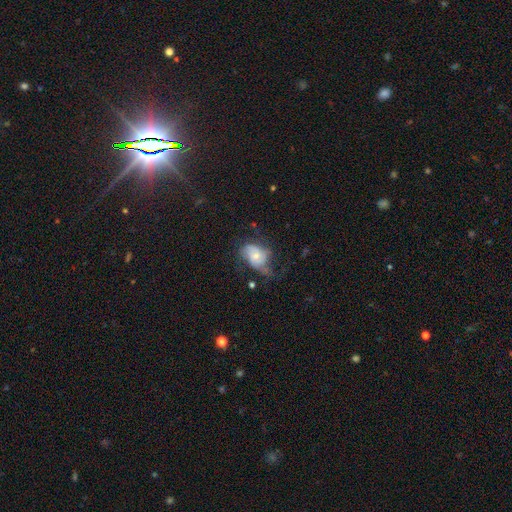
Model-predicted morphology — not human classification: smooth-or-featured: featured or disk: 55% | smooth: 36% | star or artifact: 9%
  disk-edge-on: no: 96% | yes: 4%
    bar: no: 72% | weak: 23% | strong: 4%
    has-spiral-arms: yes: 77% | no: 23%
    bulge-size: small: 50% | moderate: 40% | none: 4% | large: 4% | dominant: 1%
  merging: none: 34% | major disturbance: 33% | minor disturbance: 31% | merger: 3%